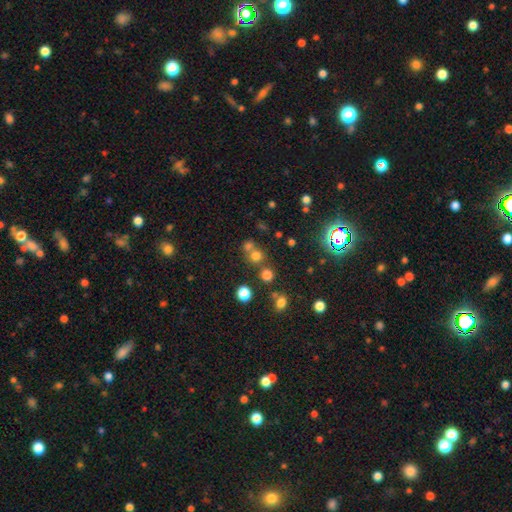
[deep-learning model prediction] smooth 68%, star or artifact 23%, featured or disk 9%. Down the decision tree: how rounded — round (89%); merging — none (60%).